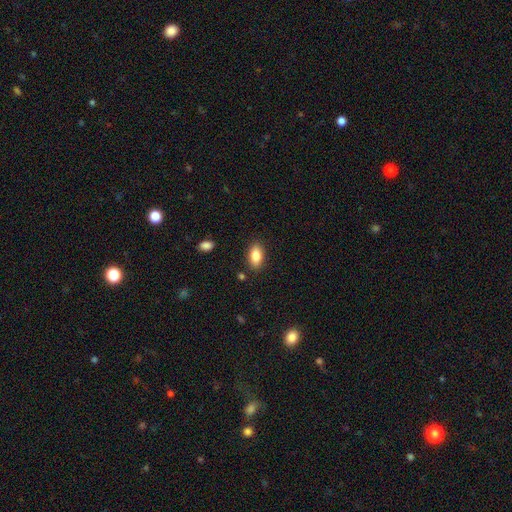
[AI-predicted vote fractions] Smooth or featured? smooth (84%)
How rounded? in between (91%)
Merging? none (86%)